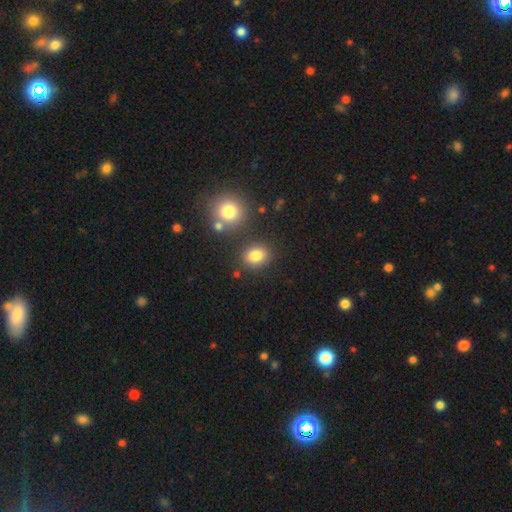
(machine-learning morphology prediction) Smooth or featured: smooth — 82% (star or artifact — 11%)
How rounded: in between — 53% (round — 46%)
Merging: none — 80% (minor disturbance — 10%)